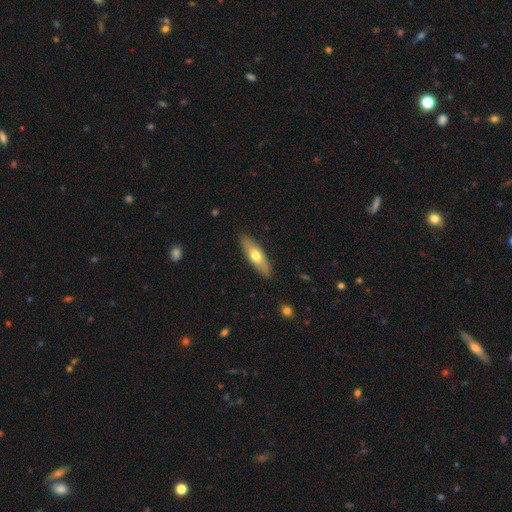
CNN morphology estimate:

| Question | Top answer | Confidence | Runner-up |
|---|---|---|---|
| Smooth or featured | smooth | 58% | featured or disk (36%) |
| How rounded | cigar-shaped | 49% | tied: in between (49%) |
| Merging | none | 88% | minor disturbance (9%) |